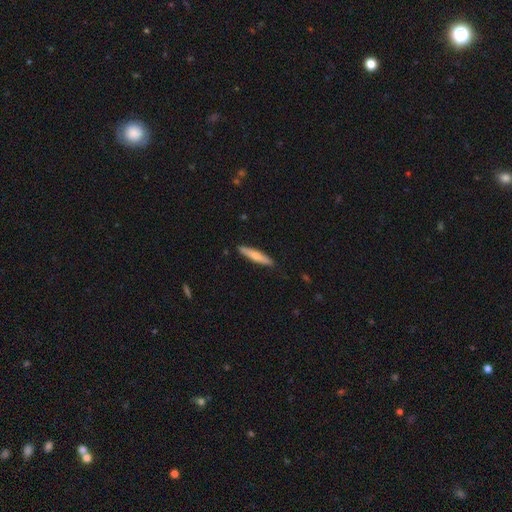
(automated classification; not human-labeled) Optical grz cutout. It shows a smooth galaxy with no disk features (61%) that is cigar-shaped (89%). Merging: none (89%).